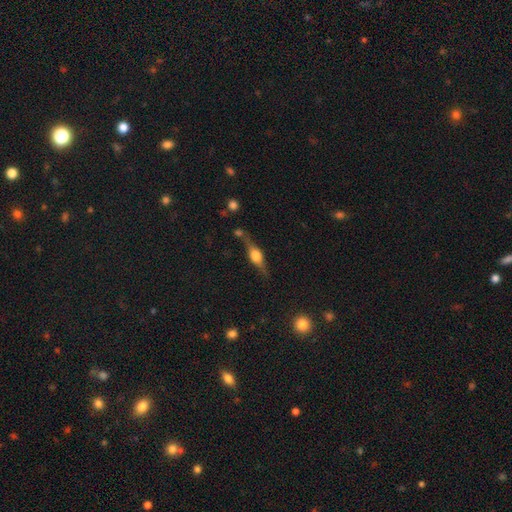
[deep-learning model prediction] Q: Smooth or featured?
A: featured or disk (65%); runner-up: smooth (27%)
Q: Edge-on disk?
A: yes (94%); runner-up: no (6%)
Q: Edge-on bulge?
A: rounded (92%); runner-up: boxy (7%)
Q: Merging?
A: none (71%); runner-up: minor disturbance (16%)